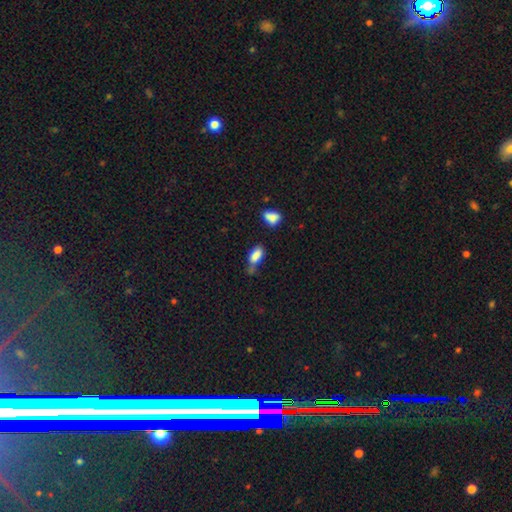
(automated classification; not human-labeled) Smooth or featured? Predicted: smooth (p=0.83). How rounded? Predicted: in between (p=0.87). Merging? Predicted: none (p=0.40).